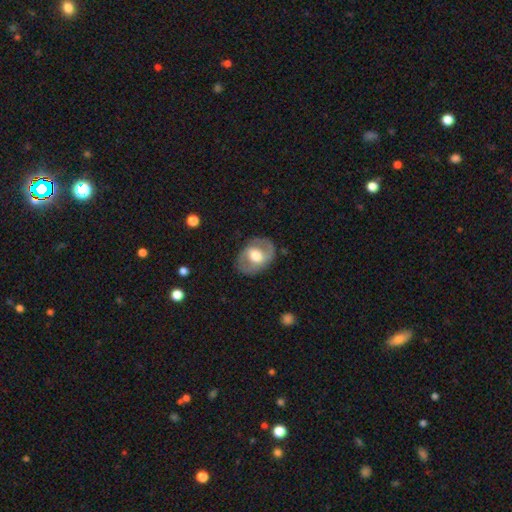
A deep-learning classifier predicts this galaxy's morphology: Overall: featured or disk (63%; smooth 31%). Edge-on disk: no (95%). Bar: weak (40%; no 38%). Spiral arms: yes (63%; no 37%). Bulge size: moderate (63%; large 27%). Merging: none (79%).